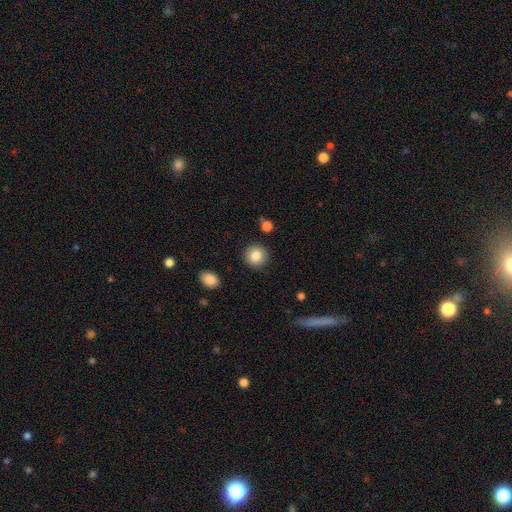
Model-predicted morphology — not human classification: Q: Smooth or featured?
A: smooth (86%); runner-up: star or artifact (8%)
Q: How rounded?
A: round (92%); runner-up: in between (7%)
Q: Merging?
A: none (91%); runner-up: minor disturbance (6%)